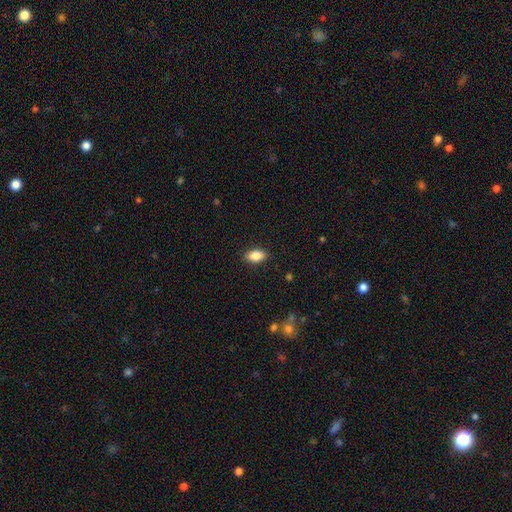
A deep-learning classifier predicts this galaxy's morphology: This appears to be a smooth galaxy with no disk features (86%) that is in between round and cigar-shaped (89%). Merging: none (88%).